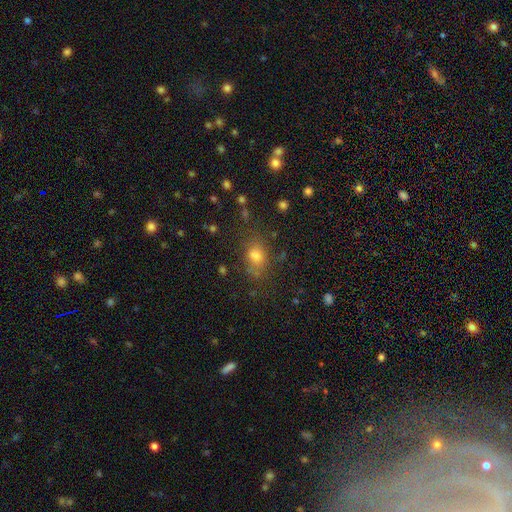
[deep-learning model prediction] smooth_or_featured: smooth (p=0.72) [alt: star or artifact p=0.17]
how_rounded: in between (p=0.62) [alt: round p=0.35]
merging: none (p=0.71) [alt: minor disturbance p=0.18]